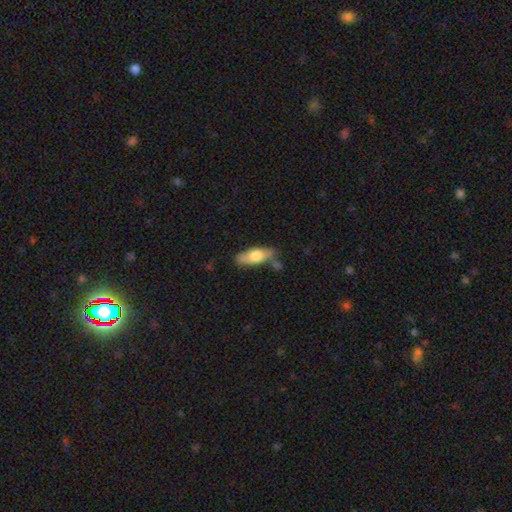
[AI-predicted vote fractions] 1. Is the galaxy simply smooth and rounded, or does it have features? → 64% smooth, 30% featured or disk, 6% star or artifact.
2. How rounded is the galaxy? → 68% in between, 29% cigar-shaped, 3% round.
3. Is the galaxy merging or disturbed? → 64% none, 21% minor disturbance, 9% merger, 5% major disturbance.